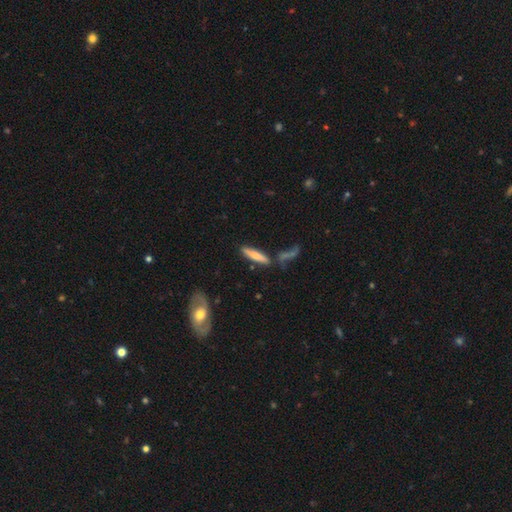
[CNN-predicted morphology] Smooth or featured? smooth (66%)
How rounded? cigar-shaped (82%)
Merging? none (73%)